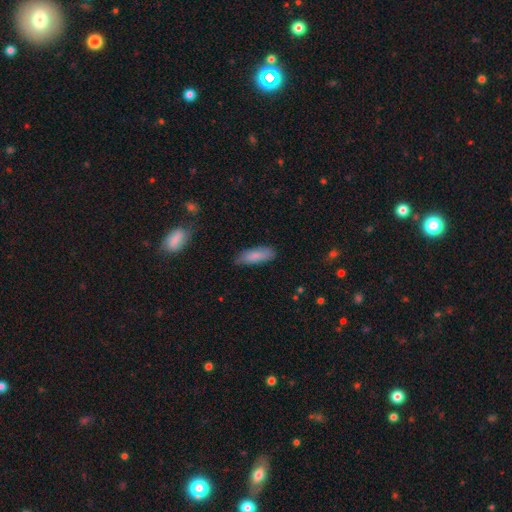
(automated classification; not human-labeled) Smooth or featured?
  - smooth: 83% *
  - featured or disk: 10%
  - star or artifact: 6%
How rounded?
  - in between: 57% *
  - cigar-shaped: 42%
  - round: 2%
Merging?
  - none: 77% *
  - minor disturbance: 19%
  - major disturbance: 3%
  - merger: 2%